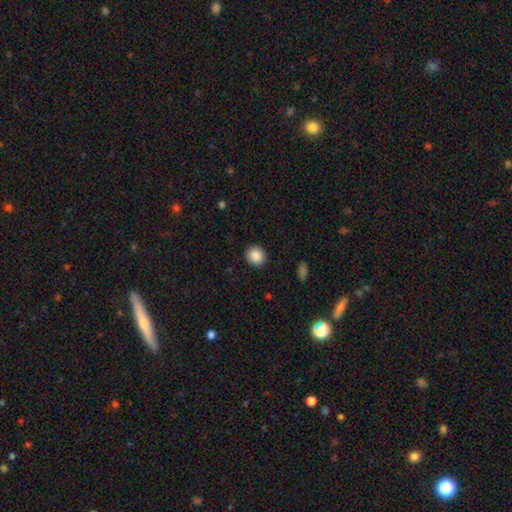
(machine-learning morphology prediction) This is clearly a smooth galaxy (89%). How rounded: clearly round (83%). Merging: clearly none (90%).